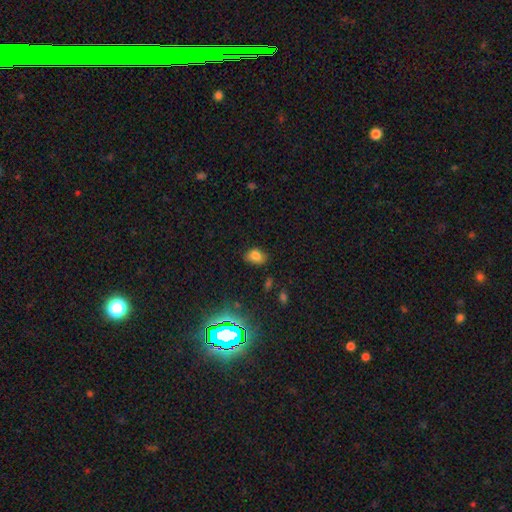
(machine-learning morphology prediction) Overall: smooth (77%). How rounded: in between (74%). Merging: none (78%).